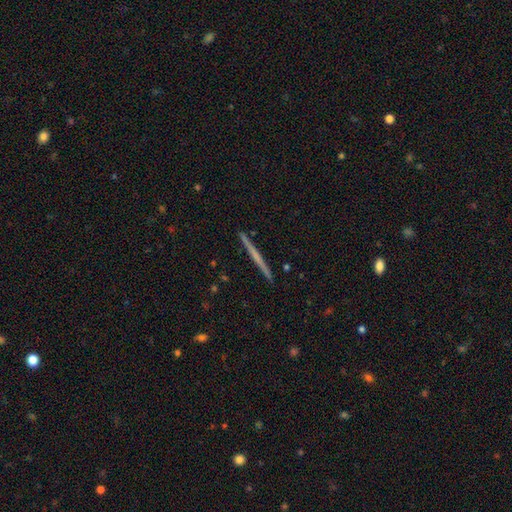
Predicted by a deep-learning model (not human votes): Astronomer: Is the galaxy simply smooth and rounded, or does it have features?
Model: featured or disk — 59% (runner-up: smooth, 35%).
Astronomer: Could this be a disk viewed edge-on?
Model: yes — 98%.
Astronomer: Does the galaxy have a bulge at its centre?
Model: none — 80%.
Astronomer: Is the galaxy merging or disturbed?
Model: none — 93%.